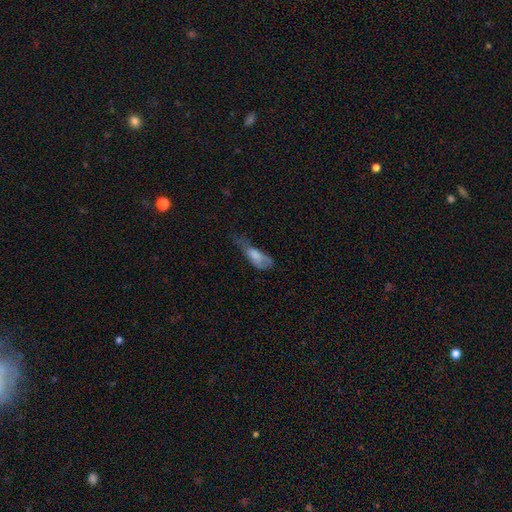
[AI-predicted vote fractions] smooth-or-featured: smooth: 71% | featured or disk: 21% | star or artifact: 8%
  how-rounded: in between: 72% | cigar-shaped: 25% | round: 3%
  merging: major disturbance: 42% | minor disturbance: 35% | none: 19% | merger: 4%